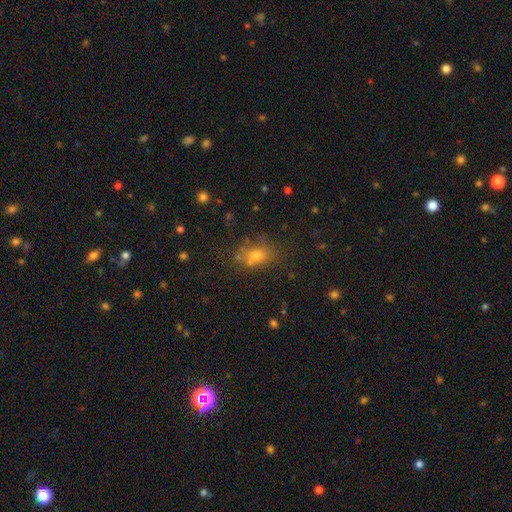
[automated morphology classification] A smooth galaxy with no disk features (69%) that is in between round and cigar-shaped (68%).

Vote fractions:
- Smooth or featured? smooth: 69% / star or artifact: 17% / featured or disk: 14%
- How rounded? in between: 68% / round: 30% / cigar-shaped: 3%
- Merging? none: 62% / minor disturbance: 19% / merger: 11% / major disturbance: 8%